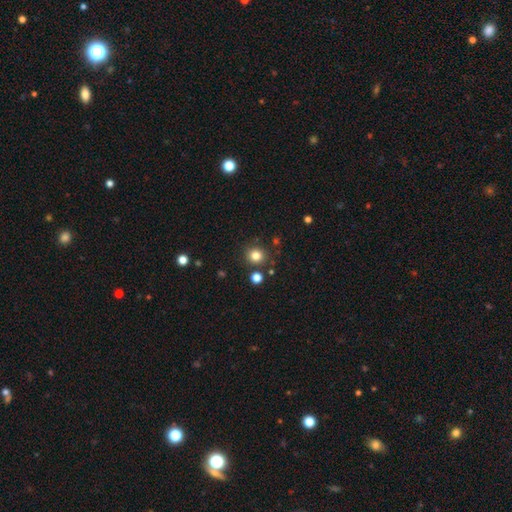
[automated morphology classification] A smooth galaxy with no disk features (81%) that is round (87%).

Vote fractions:
- Smooth or featured? smooth: 81% / star or artifact: 13% / featured or disk: 5%
- How rounded? round: 87% / in between: 12% / cigar-shaped: 1%
- Merging? none: 84% / minor disturbance: 8% / merger: 5% / major disturbance: 3%